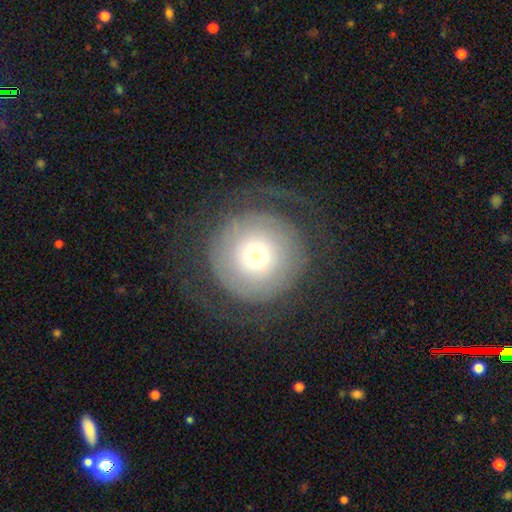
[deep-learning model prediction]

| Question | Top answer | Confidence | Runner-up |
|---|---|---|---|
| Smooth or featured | featured or disk | 51% | smooth (40%) |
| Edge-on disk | no | 96% | yes (4%) |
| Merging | none | 73% | major disturbance (14%) |